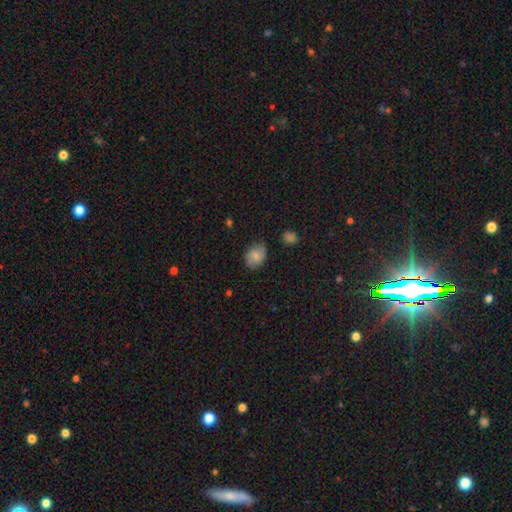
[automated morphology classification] Smooth or featured?
  - smooth: 77% *
  - featured or disk: 15%
  - star or artifact: 9%
How rounded?
  - in between: 64% *
  - round: 35%
  - cigar-shaped: 1%
Merging?
  - none: 70% *
  - minor disturbance: 24%
  - major disturbance: 5%
  - merger: 2%